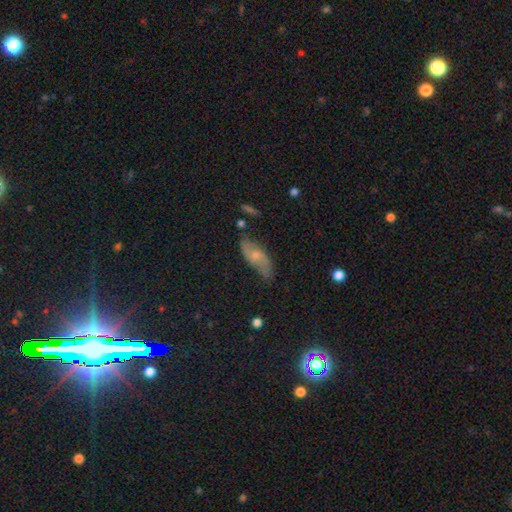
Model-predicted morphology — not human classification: Smooth or featured: featured or disk — 51% (smooth — 41%)
Edge-on disk: no — 86% (yes — 14%)
Merging: none — 62% (minor disturbance — 27%)